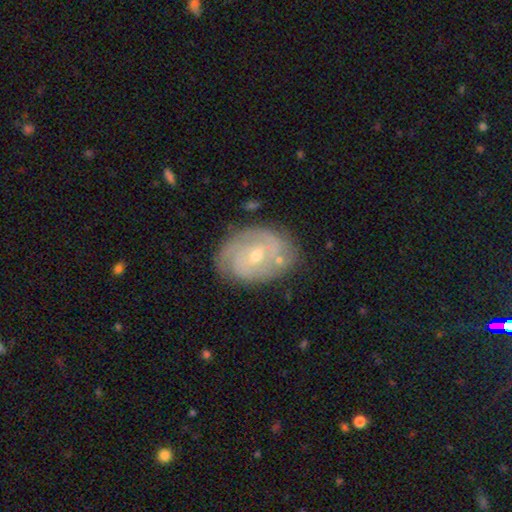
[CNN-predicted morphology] Smooth or featured: featured or disk — 78% (smooth — 16%)
Edge-on disk: no — 96% (yes — 4%)
Bar: no — 51% (weak — 40%)
Spiral arms: yes — 89% (no — 11%)
Spiral winding: tight — 61% (medium — 30%)
Spiral arm count: 2 — 34% (can't tell — 32%)
Bulge size: small — 60% (moderate — 37%)
Merging: none — 72% (minor disturbance — 18%)